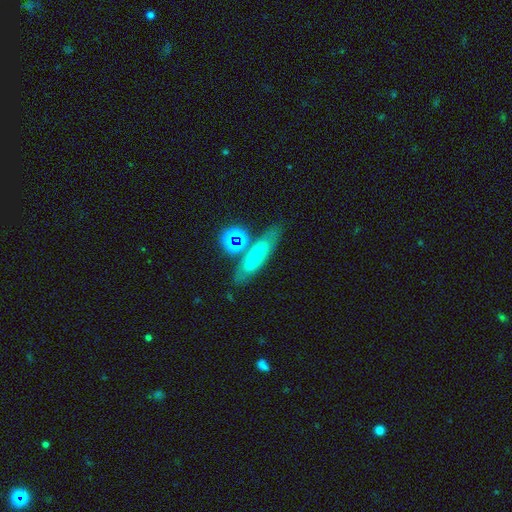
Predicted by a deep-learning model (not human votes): Smooth or featured? Predicted: smooth (p=0.51). How rounded? Predicted: cigar-shaped (p=0.48). Merging? Predicted: none (p=0.62).